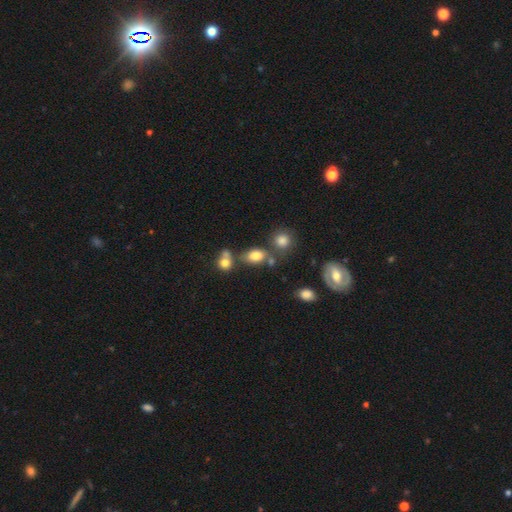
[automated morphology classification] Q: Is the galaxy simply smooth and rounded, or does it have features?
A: smooth — 79%.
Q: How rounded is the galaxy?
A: in between — 76%.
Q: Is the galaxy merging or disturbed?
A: none — 58%.